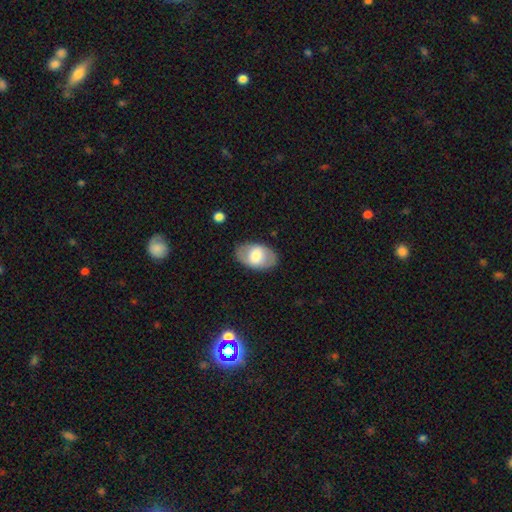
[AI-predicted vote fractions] Smooth or featured: smooth — 61% (featured or disk — 33%)
How rounded: in between — 91% (round — 8%)
Merging: none — 83% (minor disturbance — 12%)